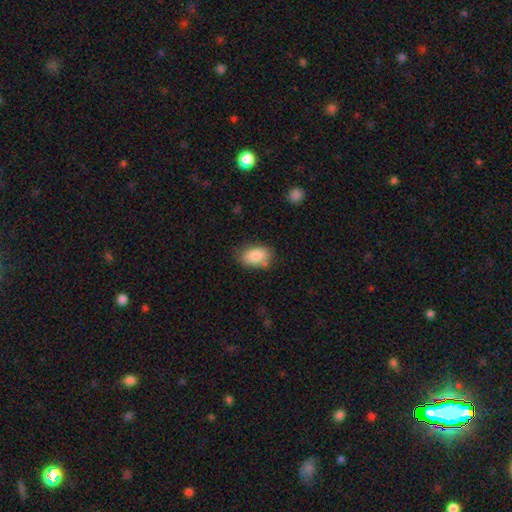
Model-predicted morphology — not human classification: This is clearly a smooth galaxy (85%). How rounded: clearly in between (90%). Merging: likely none (73%).